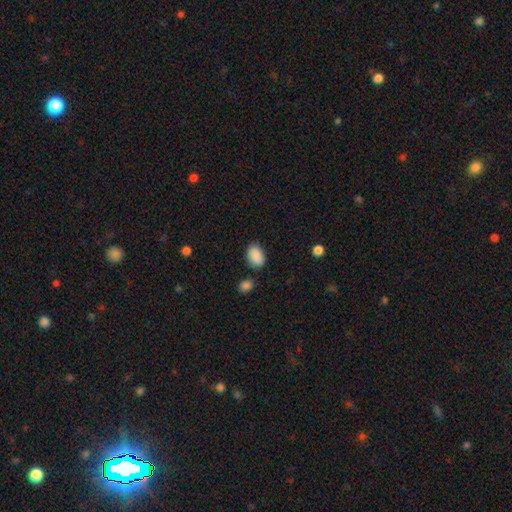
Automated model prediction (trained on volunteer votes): smooth 89%, star or artifact 7%, featured or disk 3%. Down the decision tree: how rounded — in between (87%); merging — none (76%).